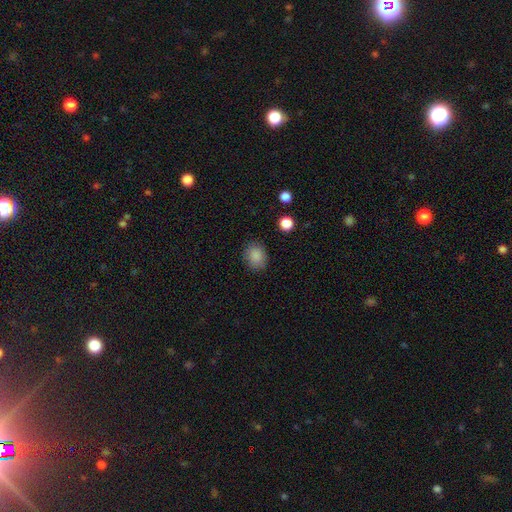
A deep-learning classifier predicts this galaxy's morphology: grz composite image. It shows a smooth galaxy with no disk features (87%) that is round (54%). Merging: none (84%).